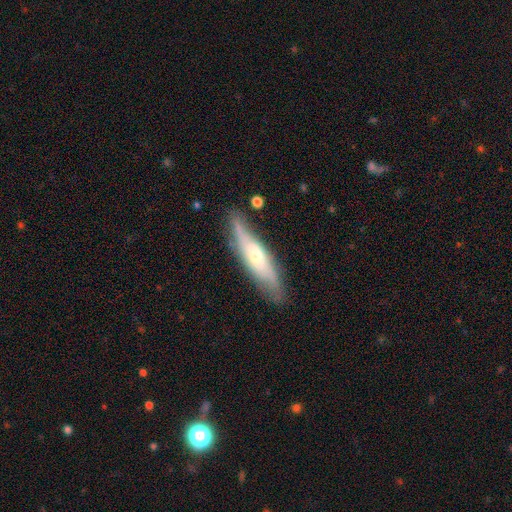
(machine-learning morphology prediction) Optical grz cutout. It shows a featured or disk galaxy (58%) viewed edge-on (52%). Merging: none (77%).